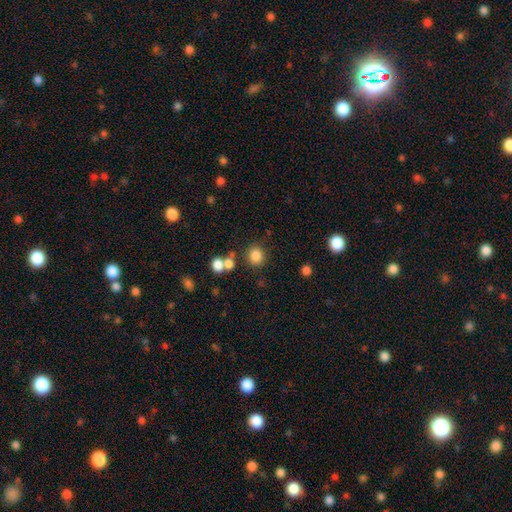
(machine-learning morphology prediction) type=smooth (82%); roundness=round (79%); merging=none (76%).